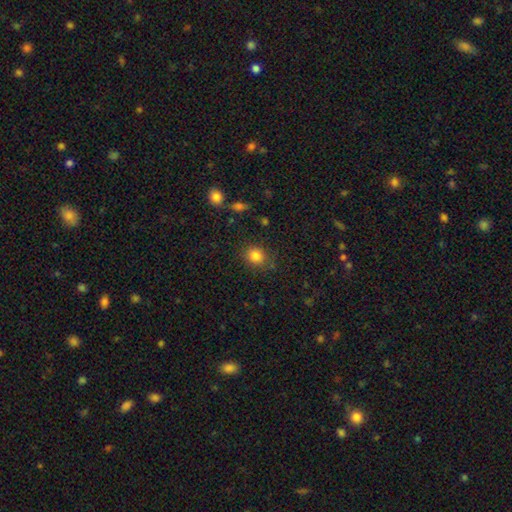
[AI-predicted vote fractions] Q: Smooth or featured?
A: smooth (83%); runner-up: star or artifact (12%)
Q: How rounded?
A: round (72%); runner-up: in between (27%)
Q: Merging?
A: none (81%); runner-up: minor disturbance (13%)